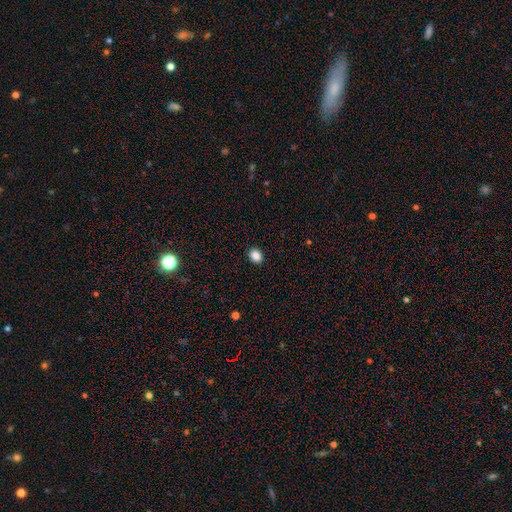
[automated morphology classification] A smooth galaxy with no disk features (87%) that is in between round and cigar-shaped (53%). Merging: none (90%).